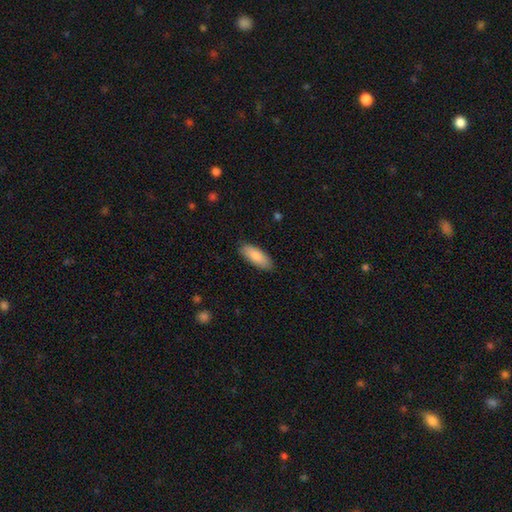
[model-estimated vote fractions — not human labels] Q: Smooth or featured?
A: smooth (85%); runner-up: featured or disk (9%)
Q: How rounded?
A: in between (76%); runner-up: cigar-shaped (22%)
Q: Merging?
A: none (87%); runner-up: minor disturbance (10%)